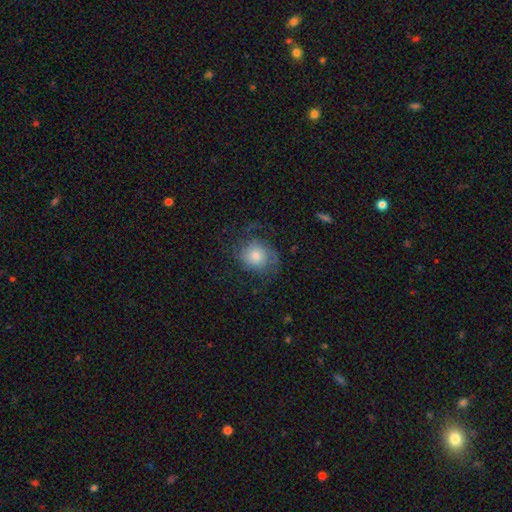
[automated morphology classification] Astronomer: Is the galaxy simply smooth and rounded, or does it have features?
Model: featured or disk — 49% (runner-up: smooth, 42%).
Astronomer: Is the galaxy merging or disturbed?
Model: none — 60%.